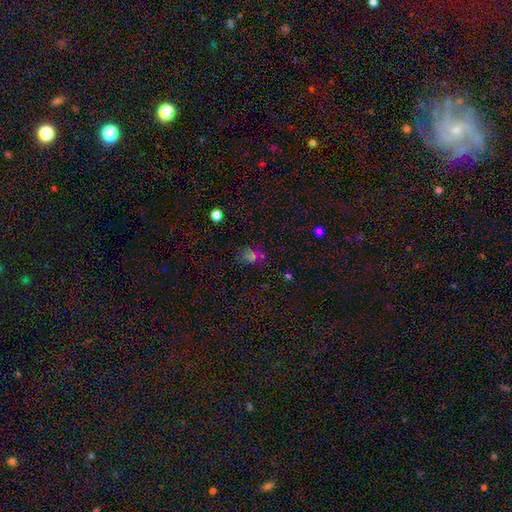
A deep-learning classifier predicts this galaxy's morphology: type=smooth (46%); merging=none (63%).